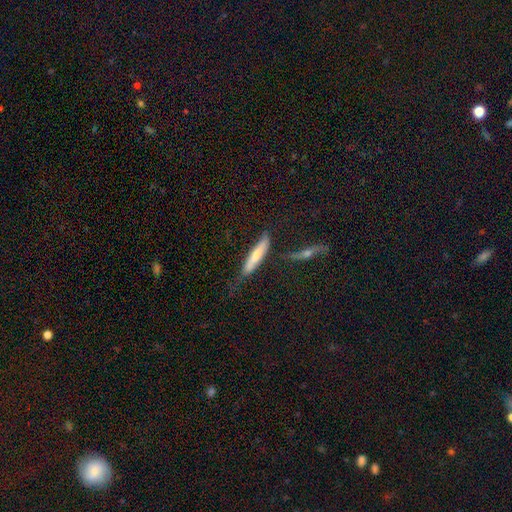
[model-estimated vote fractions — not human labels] The model was most divided on "smooth or featured": smooth: 62%, featured or disk: 31%, star or artifact: 7%. More confident: how rounded — cigar-shaped (86%); merging — none (57%).